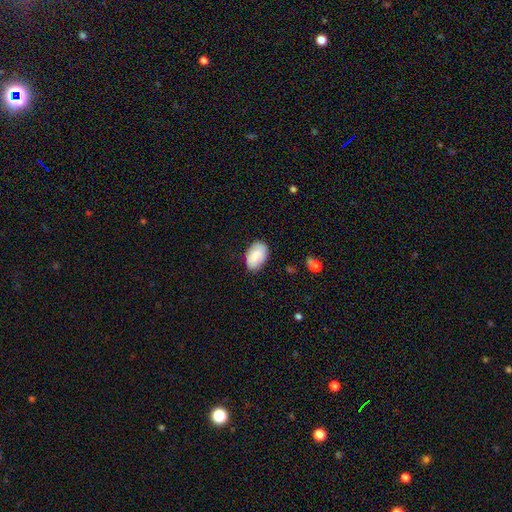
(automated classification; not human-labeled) Smooth or featured? smooth (84%)
How rounded? in between (92%)
Merging? none (77%)